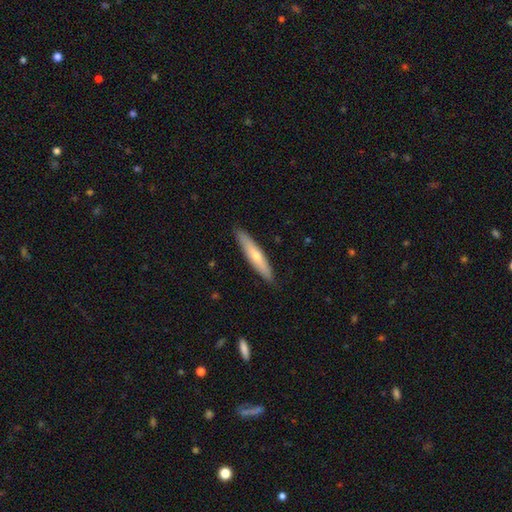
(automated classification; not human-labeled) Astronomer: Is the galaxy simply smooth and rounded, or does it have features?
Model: smooth — 53% (runner-up: featured or disk, 41%).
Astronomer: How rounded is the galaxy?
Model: cigar-shaped — 88%.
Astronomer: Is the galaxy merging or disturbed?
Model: none — 90%.